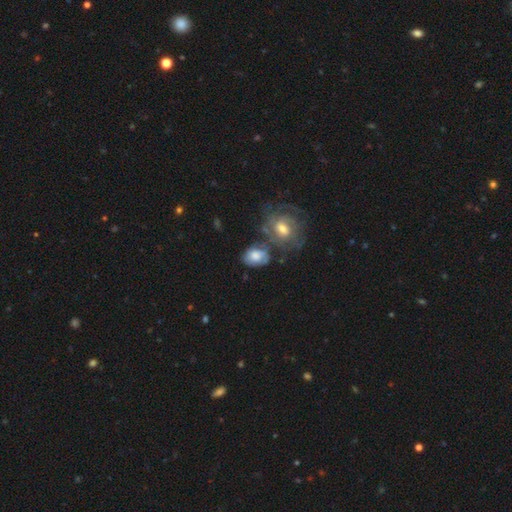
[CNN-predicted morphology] type=smooth (55%); roundness=in between (62%); merging=none (40%).